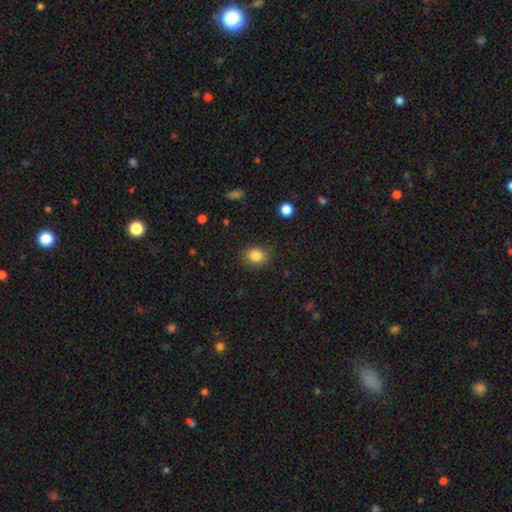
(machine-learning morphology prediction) type=smooth (84%); roundness=round (54%); merging=none (86%).